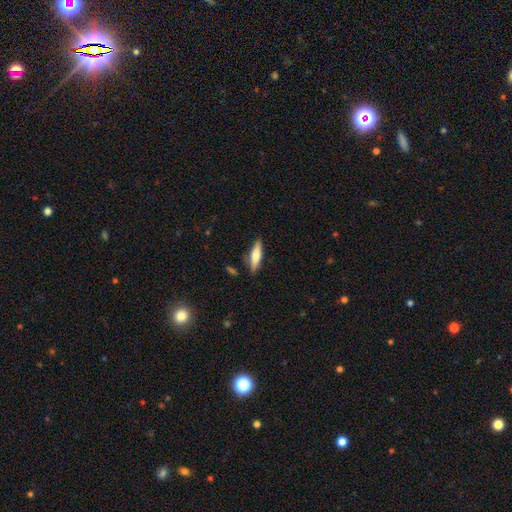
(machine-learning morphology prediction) A smooth galaxy with no disk features (65%) that is cigar-shaped (68%).

Vote fractions:
- Smooth or featured? smooth: 65% / featured or disk: 29% / star or artifact: 6%
- How rounded? cigar-shaped: 68% / in between: 30% / round: 2%
- Merging? none: 85% / minor disturbance: 11% / merger: 2% / major disturbance: 2%